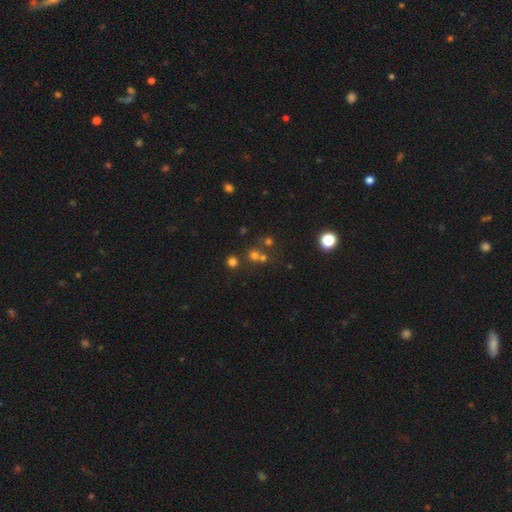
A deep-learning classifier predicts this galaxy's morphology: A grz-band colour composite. It shows a smooth galaxy with no disk features (58%) that is round (89%). Merging: none (57%).